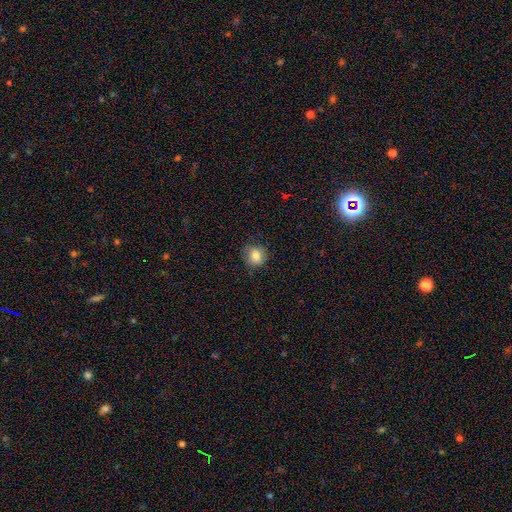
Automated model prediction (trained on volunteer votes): Q: Smooth or featured?
A: smooth (81%); runner-up: star or artifact (10%)
Q: How rounded?
A: round (82%); runner-up: in between (17%)
Q: Merging?
A: none (82%); runner-up: minor disturbance (14%)